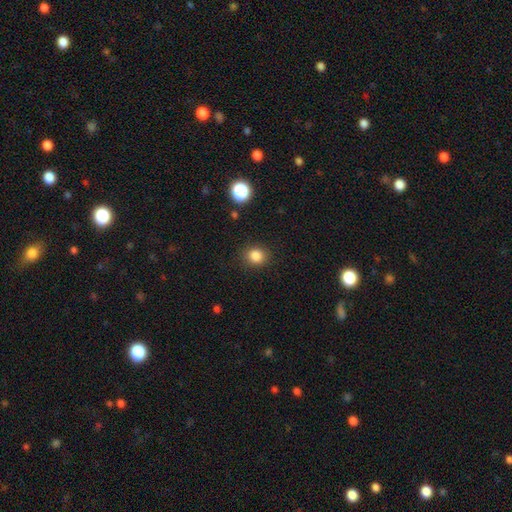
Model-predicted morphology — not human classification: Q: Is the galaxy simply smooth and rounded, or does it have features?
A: smooth — 84%.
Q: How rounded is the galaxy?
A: round — 78%.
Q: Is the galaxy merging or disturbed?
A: none — 88%.